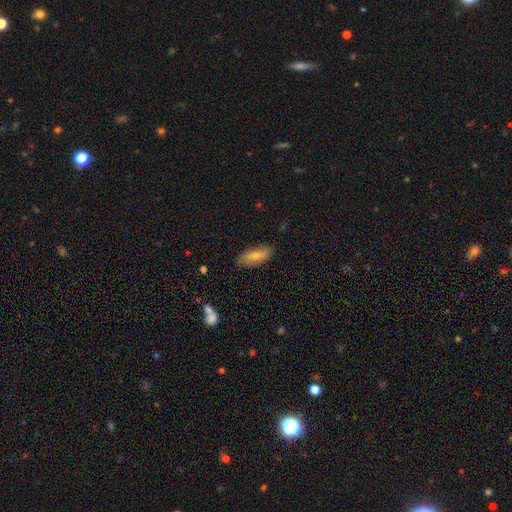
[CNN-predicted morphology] A smooth galaxy with no disk features (72%) that is in between round and cigar-shaped (75%).

Vote fractions:
- Smooth or featured? smooth: 72% / featured or disk: 22% / star or artifact: 6%
- How rounded? in between: 75% / cigar-shaped: 23% / round: 3%
- Merging? none: 78% / minor disturbance: 17% / major disturbance: 3% / merger: 2%